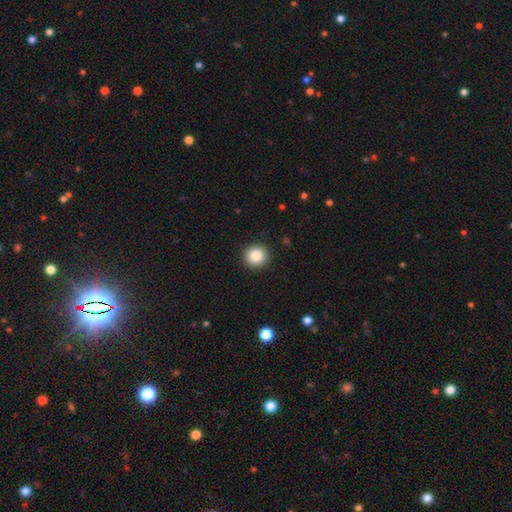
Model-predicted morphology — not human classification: Smooth or featured? Predicted: smooth (p=0.87). How rounded? Predicted: round (p=0.92). Merging? Predicted: none (p=0.92).